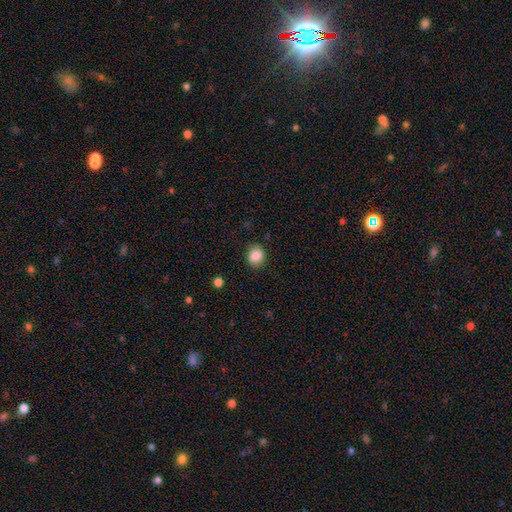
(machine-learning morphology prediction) Smooth or featured? Predicted: smooth (p=0.87). How rounded? Predicted: round (p=0.65). Merging? Predicted: none (p=0.85).